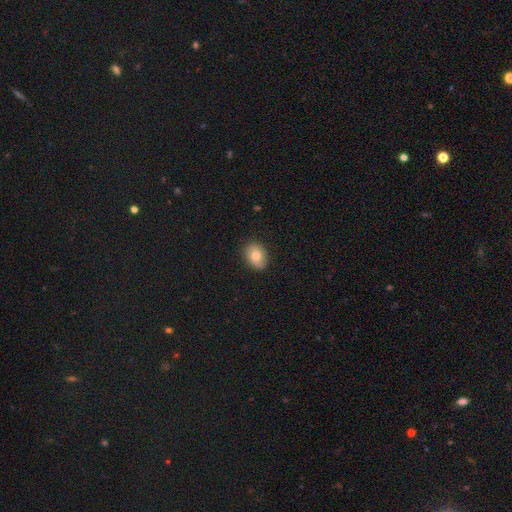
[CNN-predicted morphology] A smooth galaxy with no disk features (77%) that is in between round and cigar-shaped (71%). Merging: none (85%).